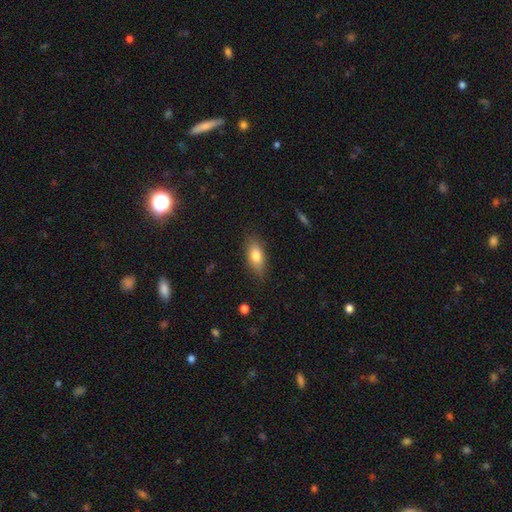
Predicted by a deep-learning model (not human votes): This is likely a smooth galaxy (78%). How rounded: clearly in between (83%). Merging: clearly none (82%).